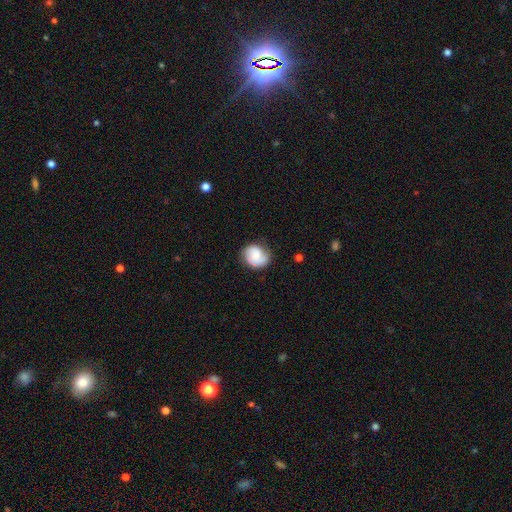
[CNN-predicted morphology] This appears to be a smooth galaxy with no disk features (48%). Merging: none (71%).